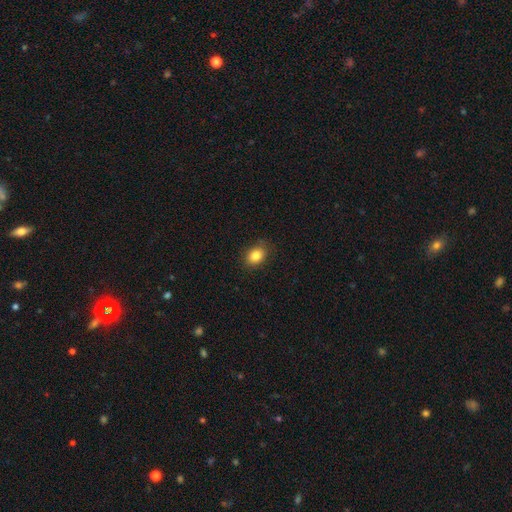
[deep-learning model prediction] Morphology: type=smooth (84%); roundness=in between (63%); merging=none (84%).